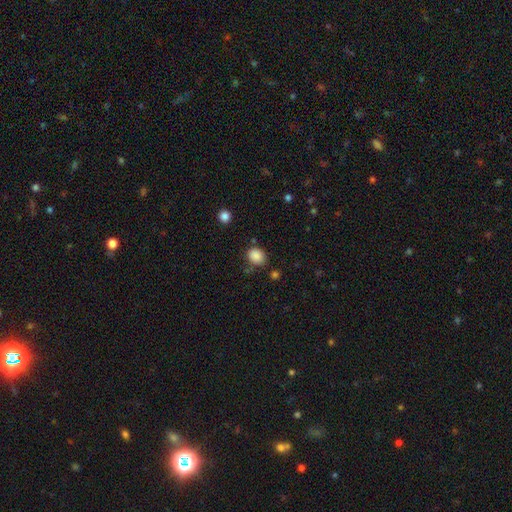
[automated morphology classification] smooth 87%, star or artifact 10%, featured or disk 4%. Down the decision tree: how rounded — round (54%); merging — none (77%).